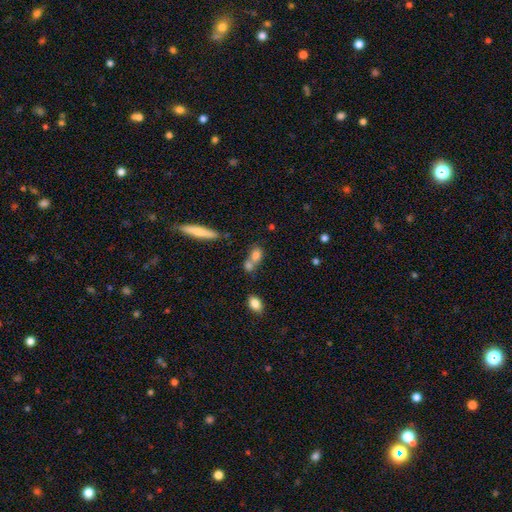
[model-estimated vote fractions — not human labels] smooth 74%, featured or disk 15%, star or artifact 11%. Down the decision tree: how rounded — in between (58%); merging — merger (53%).